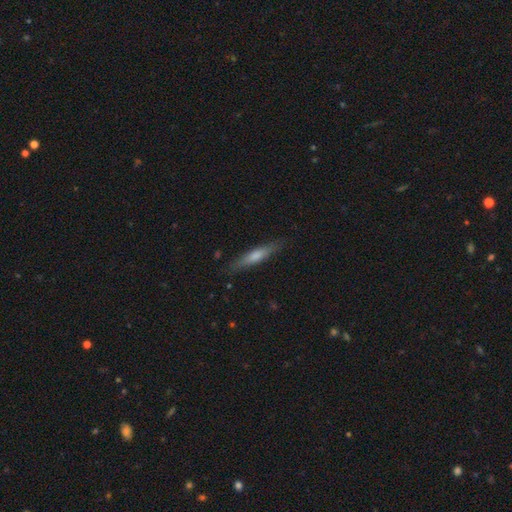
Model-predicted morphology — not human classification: Smooth or featured? Predicted: smooth (p=0.60). How rounded? Predicted: cigar-shaped (p=0.87). Merging? Predicted: none (p=0.85).